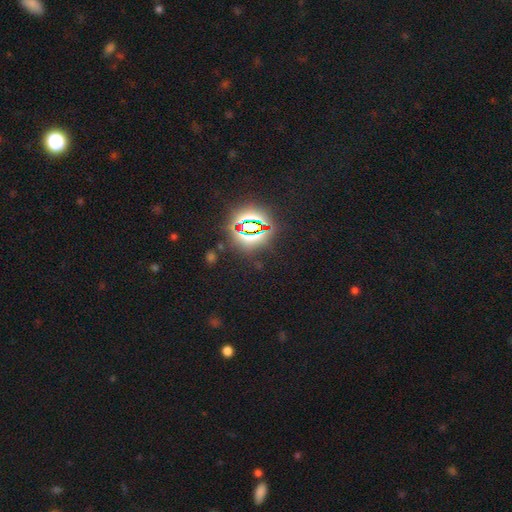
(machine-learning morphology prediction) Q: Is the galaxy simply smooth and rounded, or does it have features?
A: star or artifact — 84%.